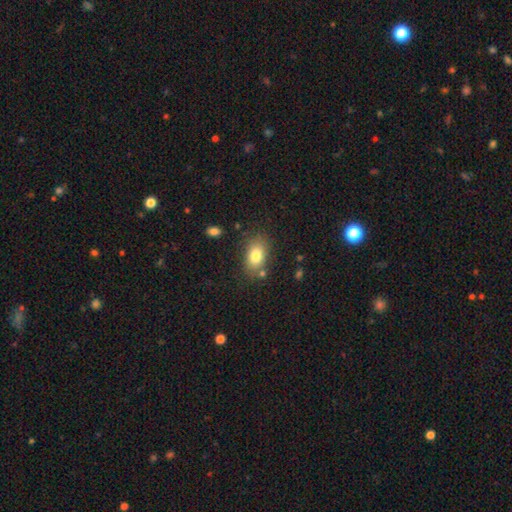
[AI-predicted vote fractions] A smooth galaxy with no disk features (81%) that is in between round and cigar-shaped (85%). Merging: none (76%).